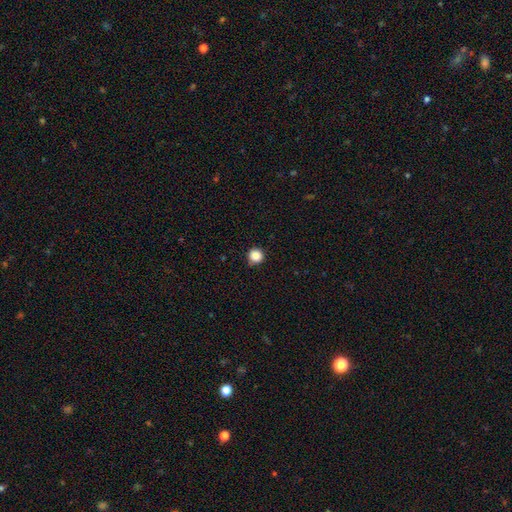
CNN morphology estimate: smooth 85%, star or artifact 11%, featured or disk 4%. Down the decision tree: how rounded — round (95%); merging — none (86%).